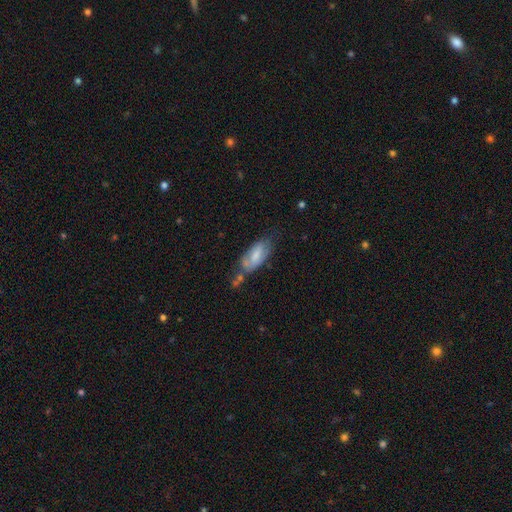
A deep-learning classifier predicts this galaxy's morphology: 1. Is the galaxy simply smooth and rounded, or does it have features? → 60% smooth, 33% featured or disk, 7% star or artifact.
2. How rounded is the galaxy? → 79% in between, 19% cigar-shaped, 2% round.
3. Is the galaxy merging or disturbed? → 43% none, 32% minor disturbance, 13% major disturbance, 12% merger.